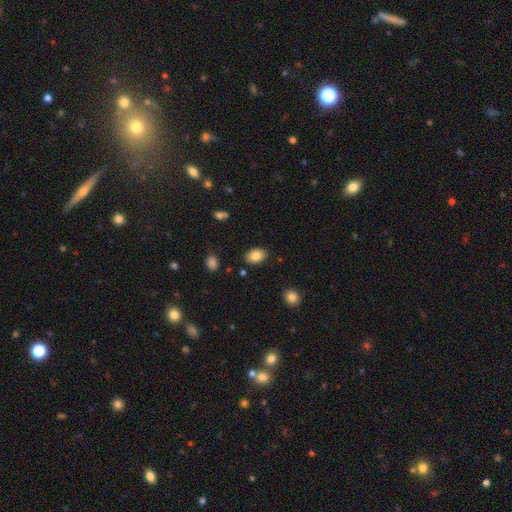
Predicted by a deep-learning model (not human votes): Smooth or featured? Predicted: smooth (p=0.85). How rounded? Predicted: in between (p=0.84). Merging? Predicted: none (p=0.86).